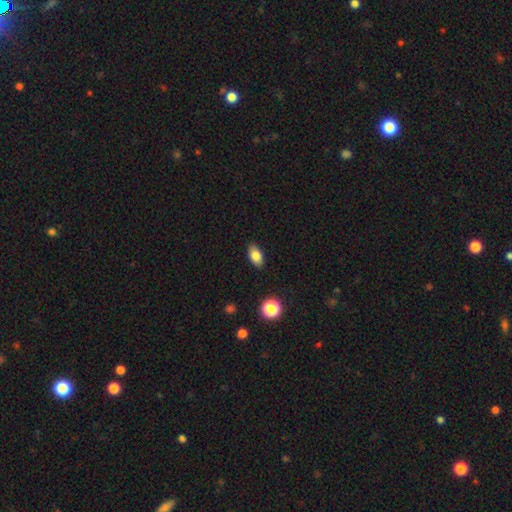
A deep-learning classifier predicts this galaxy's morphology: Q: Smooth or featured?
A: smooth (81%); runner-up: featured or disk (9%)
Q: How rounded?
A: in between (88%); runner-up: round (8%)
Q: Merging?
A: none (88%); runner-up: minor disturbance (9%)